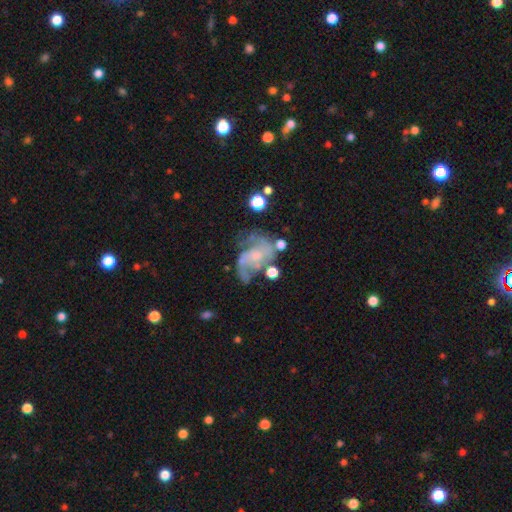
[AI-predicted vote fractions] Overall: featured or disk (78%). Edge-on disk: no (98%). Bar: no (62%; weak 31%). Spiral arms: yes (86%). Spiral arm count: 2 (56%; can't tell 18%). Spiral winding: medium (46%; loose 34%). Bulge size: small (42%; none 32%). Merging: none (42%; major disturbance 27%).